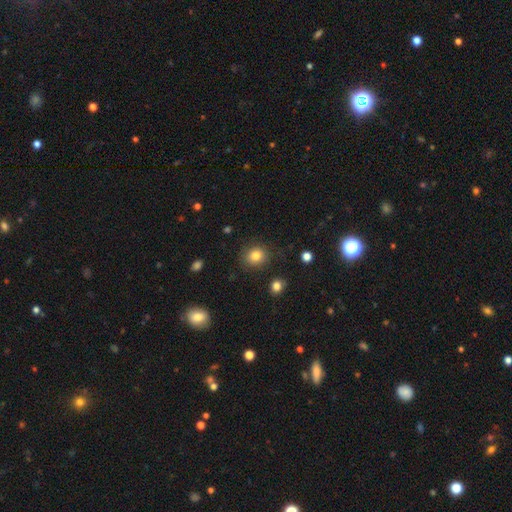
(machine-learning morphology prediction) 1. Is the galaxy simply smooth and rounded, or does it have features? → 83% smooth, 11% star or artifact, 7% featured or disk.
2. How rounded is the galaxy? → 75% round, 24% in between, 1% cigar-shaped.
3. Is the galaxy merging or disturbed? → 84% none, 10% minor disturbance, 3% major disturbance, 2% merger.